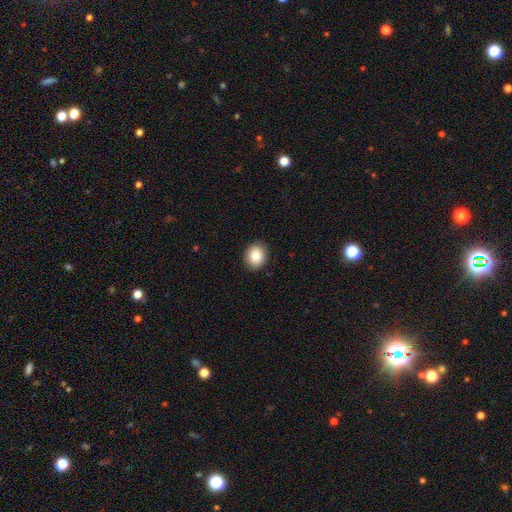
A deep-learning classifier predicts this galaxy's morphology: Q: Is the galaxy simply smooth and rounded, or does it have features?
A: smooth — 83%.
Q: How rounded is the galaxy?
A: round — 72%.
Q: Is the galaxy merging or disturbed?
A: none — 91%.